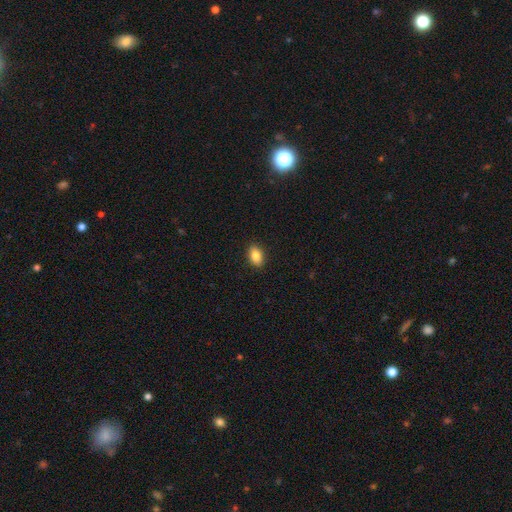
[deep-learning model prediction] The model was most divided on "how rounded": in between: 87%, round: 11%, cigar-shaped: 2%. More confident: merging — none (90%); smooth or featured — smooth (86%).